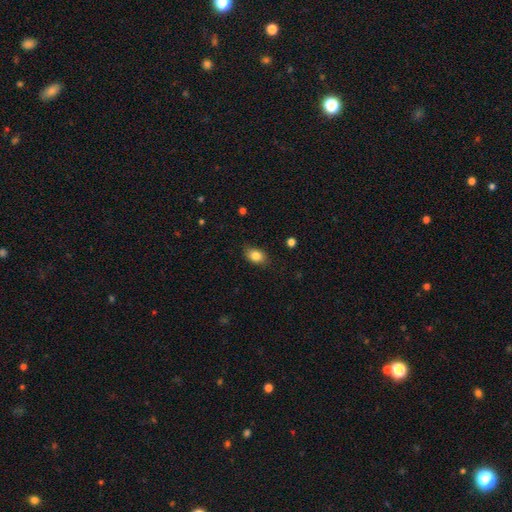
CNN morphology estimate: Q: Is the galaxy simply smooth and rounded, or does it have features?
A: smooth — 85%.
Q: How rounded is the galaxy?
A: in between — 79%.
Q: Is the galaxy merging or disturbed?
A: none — 82%.